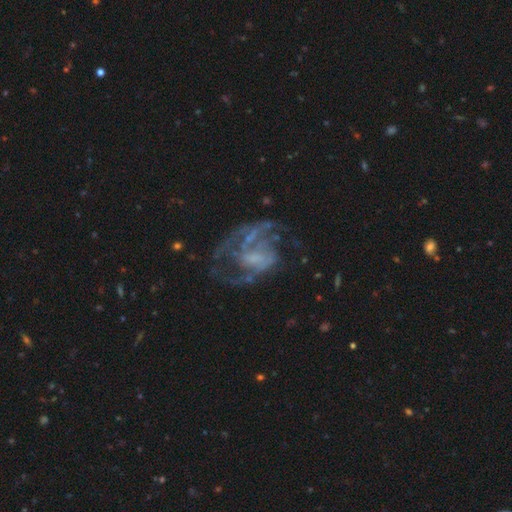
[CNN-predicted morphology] Smooth or featured?
  - featured or disk: 79% *
  - star or artifact: 11%
  - smooth: 10%
Edge-on disk?
  - no: 98% *
  - yes: 2%
Bar?
  - no: 54% *
  - weak: 35%
  - strong: 12%
Spiral arms?
  - yes: 75% *
  - no: 25%
Spiral winding?
  - medium: 46% *
  - loose: 30%
  - tight: 24%
Spiral arm count?
  - 2: 44% *
  - can't tell: 26%
  - 3: 12%
  - 1: 10%
  - 4: 4%
  - more than 4: 4%
Bulge size?
  - none: 50% *
  - small: 28%
  - moderate: 16%
  - large: 5%
  - dominant: 1%
Merging?
  - none: 44% *
  - major disturbance: 34%
  - minor disturbance: 17%
  - merger: 4%